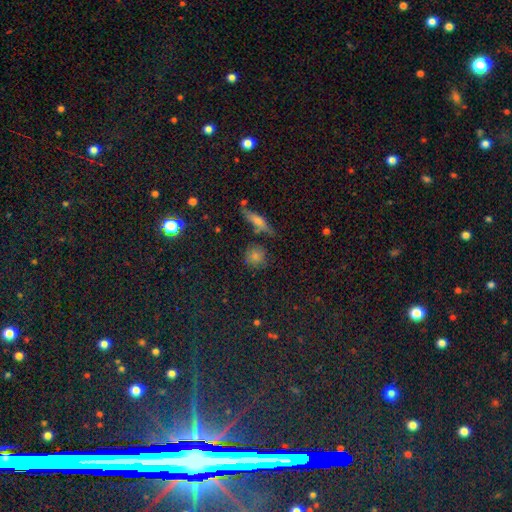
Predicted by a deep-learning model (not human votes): This is likely a smooth galaxy (67%). How rounded: clearly round (83%). Merging: likely none (79%).